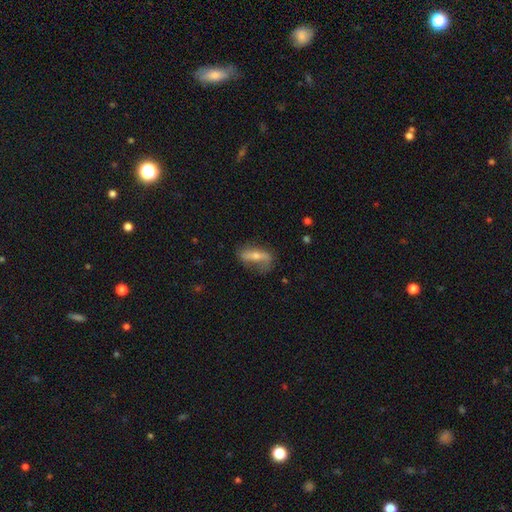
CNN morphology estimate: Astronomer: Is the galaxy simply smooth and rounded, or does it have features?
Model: featured or disk — 56% (runner-up: smooth, 35%).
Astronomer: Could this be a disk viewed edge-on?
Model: no — 67%.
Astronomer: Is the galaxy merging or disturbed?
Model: none — 61%.